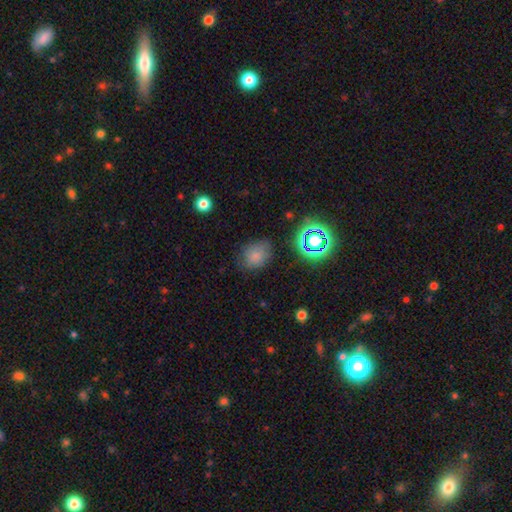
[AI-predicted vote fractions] This appears to be a smooth galaxy with no disk features (75%) that is in between round and cigar-shaped (49%, tied with round). Merging: none (70%).